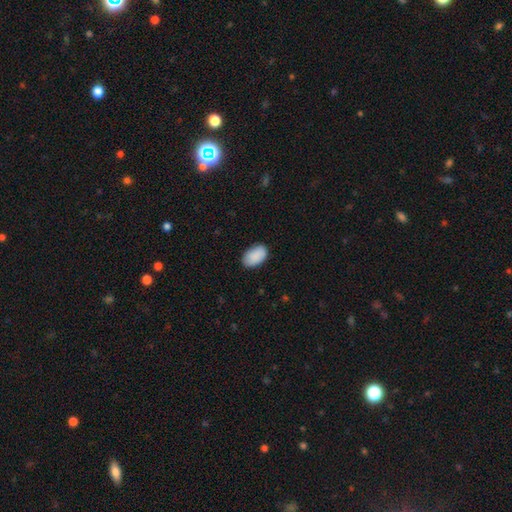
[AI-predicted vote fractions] The model was most divided on "merging": none: 83%, minor disturbance: 13%, major disturbance: 2%, merger: 1%. More confident: how rounded — in between (93%); smooth or featured — smooth (90%).